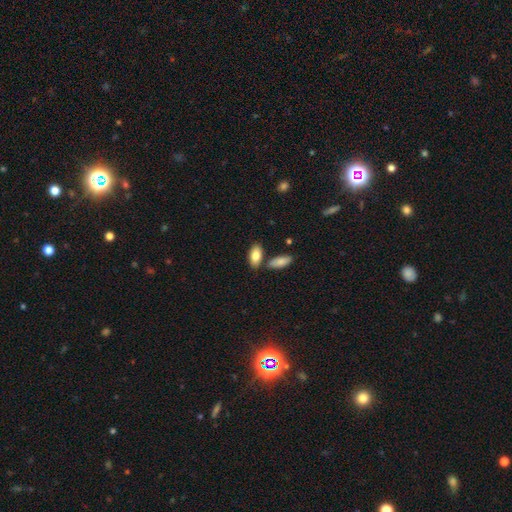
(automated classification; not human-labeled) Smooth or featured: smooth — 83% (featured or disk — 11%)
How rounded: in between — 91% (cigar-shaped — 6%)
Merging: none — 71% (merger — 15%)